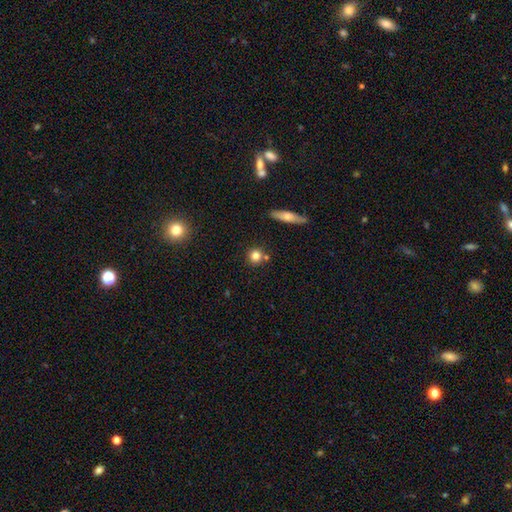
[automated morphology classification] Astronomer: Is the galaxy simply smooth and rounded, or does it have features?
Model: smooth — 80%.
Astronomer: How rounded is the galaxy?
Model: round — 90%.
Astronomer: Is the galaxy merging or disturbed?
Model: none — 76%.